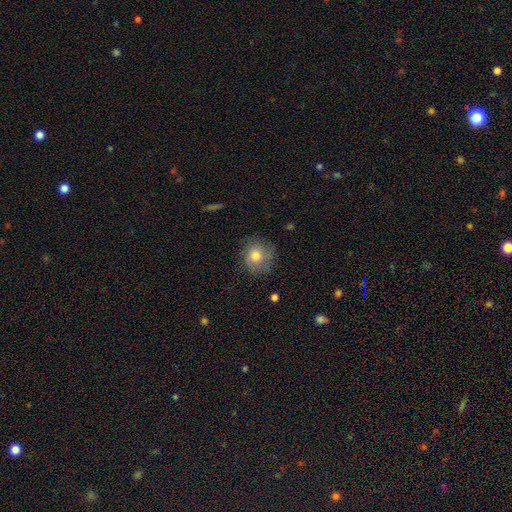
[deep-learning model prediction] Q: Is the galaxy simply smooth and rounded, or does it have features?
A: smooth — 70%.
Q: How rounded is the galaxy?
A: round — 85%.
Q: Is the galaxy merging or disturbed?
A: none — 72%.